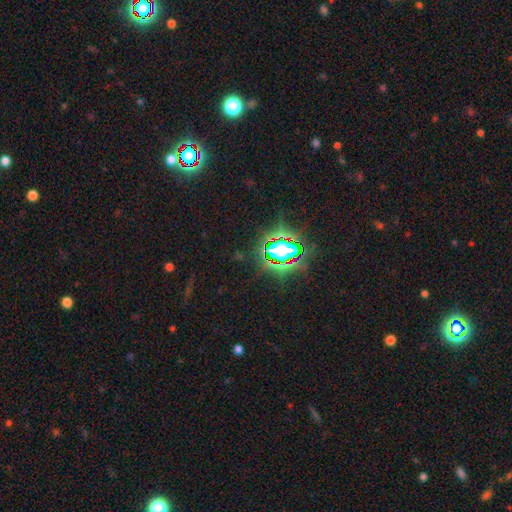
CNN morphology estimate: This appears to be a star or artifact, not a galaxy (81%).